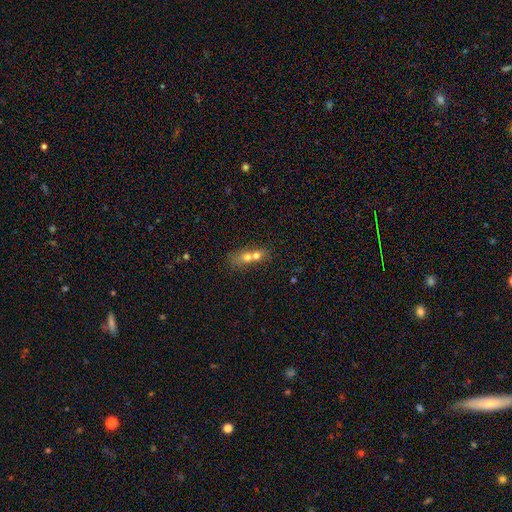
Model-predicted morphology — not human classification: A smooth galaxy with no disk features (62%) that is round (51%).

Vote fractions:
- Smooth or featured? smooth: 62% / featured or disk: 25% / star or artifact: 14%
- How rounded? round: 51% / in between: 43% / cigar-shaped: 6%
- Merging? merger: 70% / none: 20% / minor disturbance: 6% / major disturbance: 4%